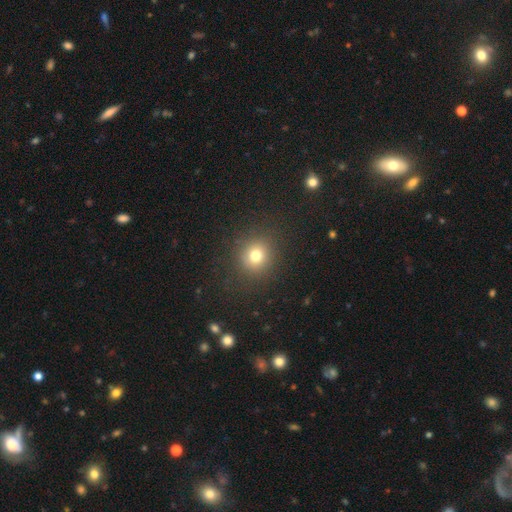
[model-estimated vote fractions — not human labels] Smooth or featured? smooth (75%)
How rounded? round (87%)
Merging? none (88%)